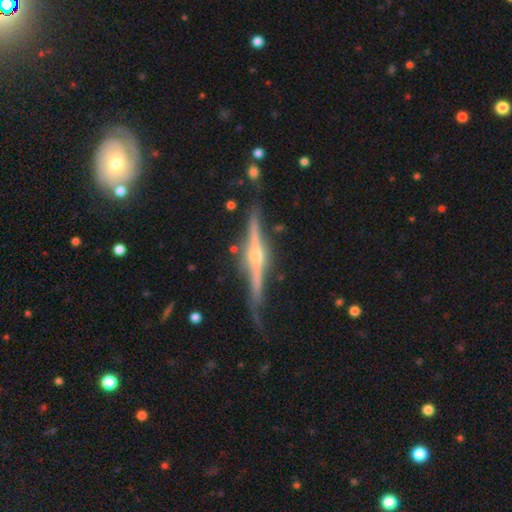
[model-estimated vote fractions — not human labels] Smooth or featured? featured or disk (86%)
Edge-on disk? yes (98%)
Edge-on bulge? rounded (91%)
Merging? none (77%)